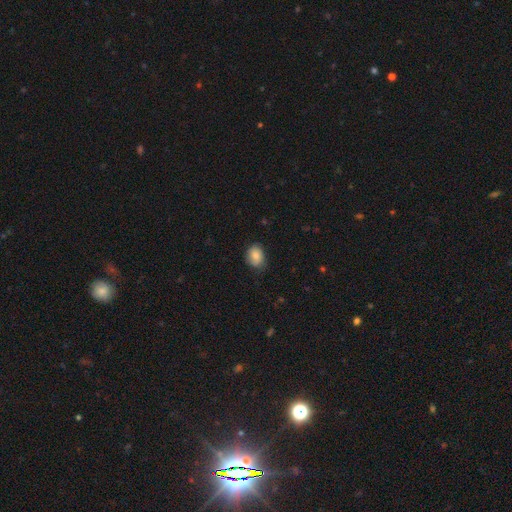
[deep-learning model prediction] smooth 84%, featured or disk 8%, star or artifact 8%. Down the decision tree: how rounded — in between (69%); merging — none (72%).